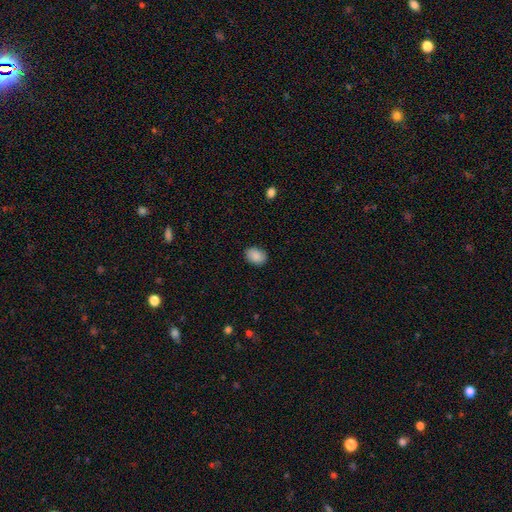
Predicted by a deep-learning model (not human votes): Smooth or featured? smooth (89%)
How rounded? in between (76%)
Merging? none (89%)